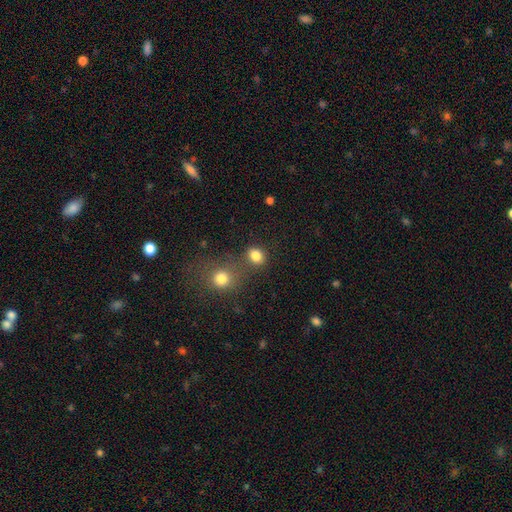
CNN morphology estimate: smooth_or_featured: smooth (p=0.82) [alt: star or artifact p=0.13]
how_rounded: round (p=0.58) [alt: in between p=0.41]
merging: none (p=0.67) [alt: merger p=0.18]